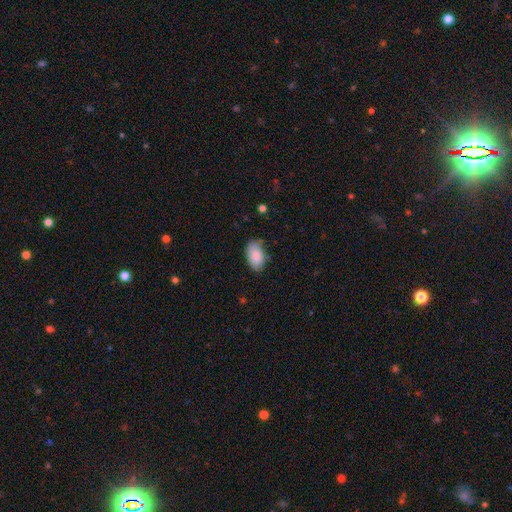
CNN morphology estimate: This is clearly a smooth galaxy (87%). How rounded: clearly in between (94%). Merging: likely none (72%).